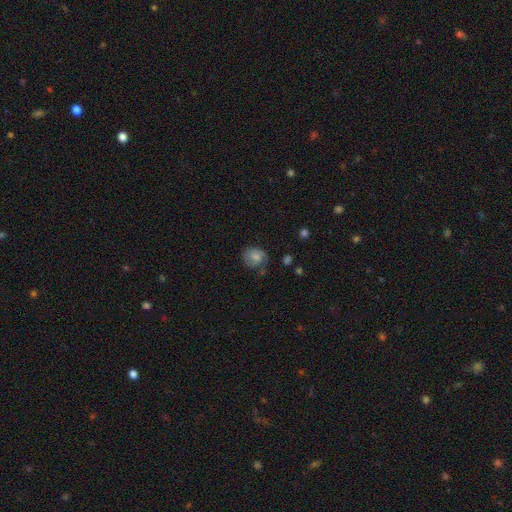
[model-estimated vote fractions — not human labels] Morphology: type=smooth (49%); merging=none (62%).